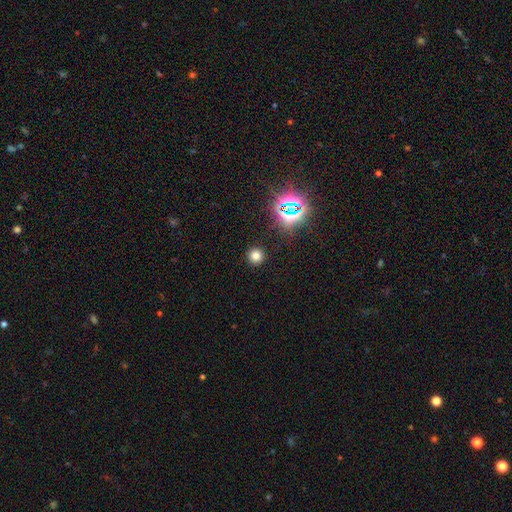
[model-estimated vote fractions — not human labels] Overall: smooth (73%). How rounded: round (94%). Merging: none (92%).